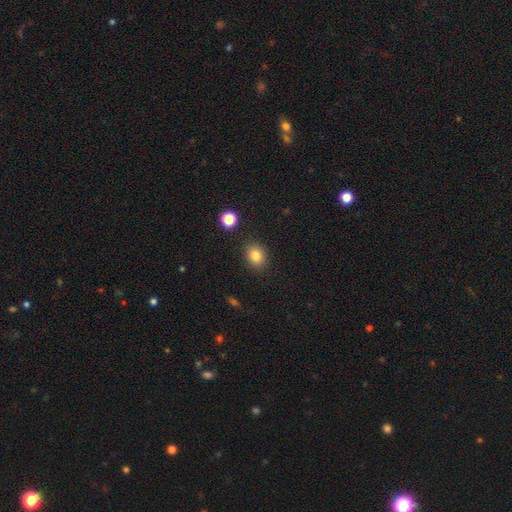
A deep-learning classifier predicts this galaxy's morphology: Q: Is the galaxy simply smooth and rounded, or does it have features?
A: smooth — 83%.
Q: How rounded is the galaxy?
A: round — 50%.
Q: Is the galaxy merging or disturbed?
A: none — 87%.